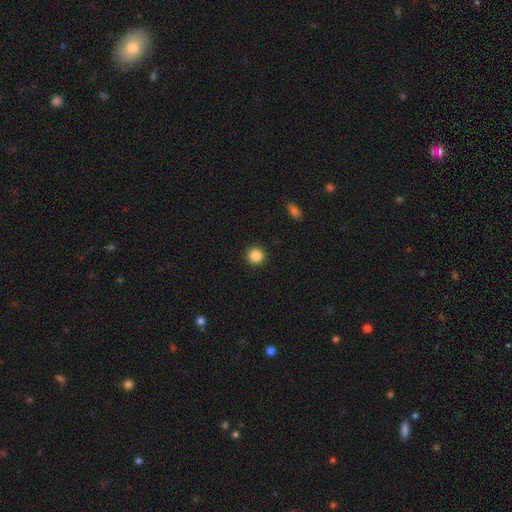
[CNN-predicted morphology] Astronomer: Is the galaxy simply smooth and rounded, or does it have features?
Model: smooth — 86%.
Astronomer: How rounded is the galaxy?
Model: round — 94%.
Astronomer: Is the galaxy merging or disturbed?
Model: none — 92%.